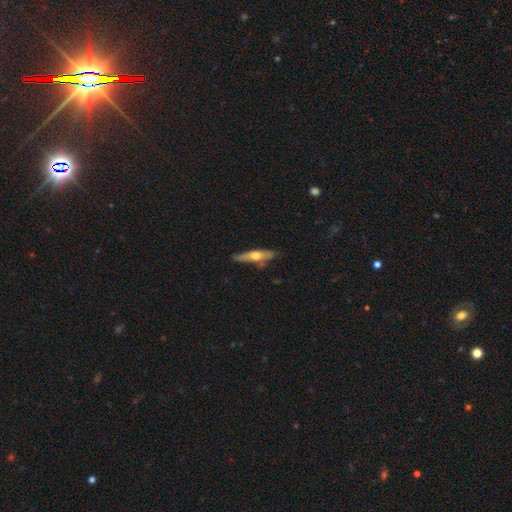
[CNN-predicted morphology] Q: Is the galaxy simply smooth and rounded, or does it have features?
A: featured or disk — 49%.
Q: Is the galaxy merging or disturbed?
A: none — 70%.